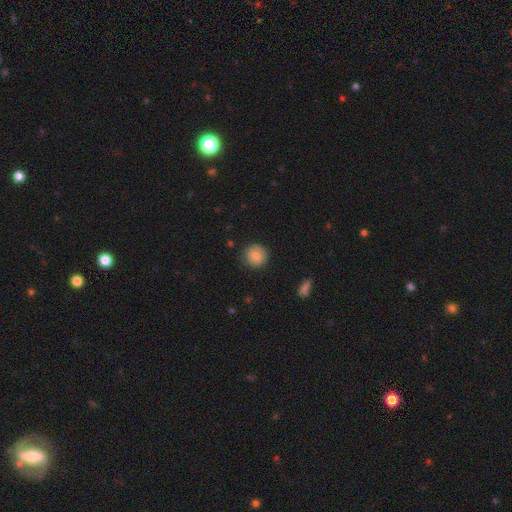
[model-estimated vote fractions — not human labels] smooth_or_featured: smooth (p=0.78) [alt: featured or disk p=0.14]
how_rounded: round (p=0.90) [alt: in between p=0.09]
merging: none (p=0.82) [alt: minor disturbance p=0.14]